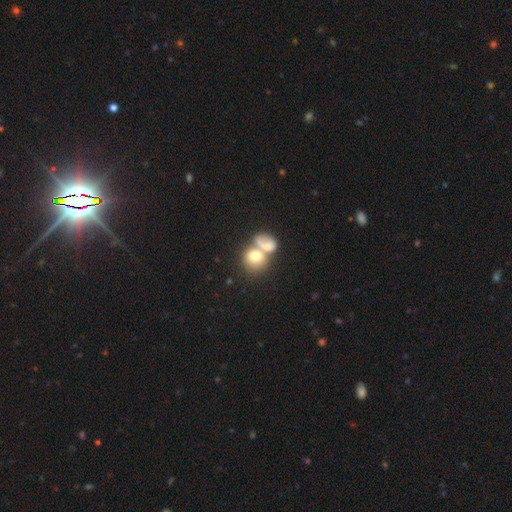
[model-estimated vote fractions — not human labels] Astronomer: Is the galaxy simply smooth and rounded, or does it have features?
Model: smooth — 72%.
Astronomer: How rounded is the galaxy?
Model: round — 62%.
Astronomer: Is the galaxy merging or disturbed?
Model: merger — 65%.